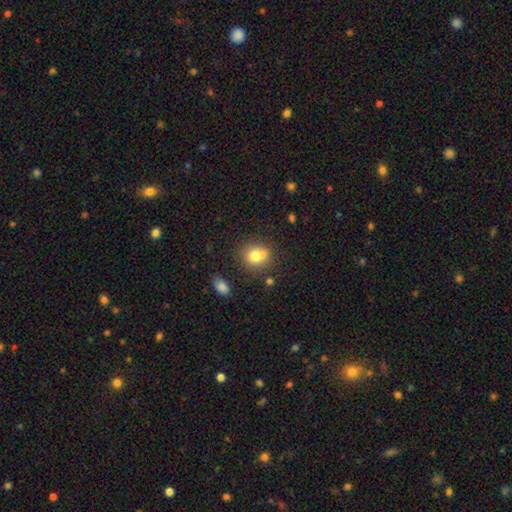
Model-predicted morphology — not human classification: smooth_or_featured: smooth (p=0.75) [alt: featured or disk p=0.14]
how_rounded: round (p=0.68) [alt: in between p=0.31]
merging: none (p=0.51) [alt: merger p=0.25]